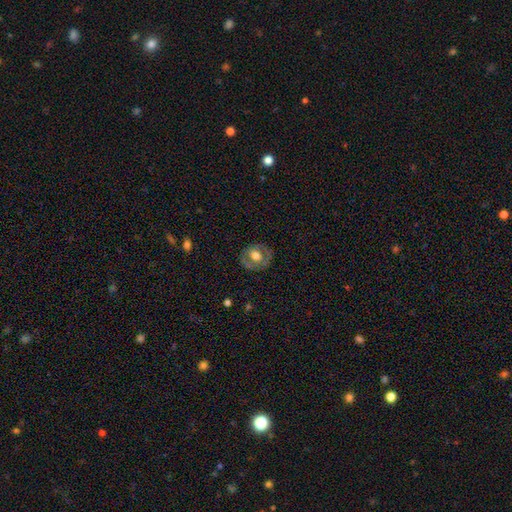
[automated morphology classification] Smooth or featured: featured or disk — 50% (smooth — 43%)
Edge-on disk: no — 95% (yes — 5%)
Merging: none — 78% (minor disturbance — 15%)